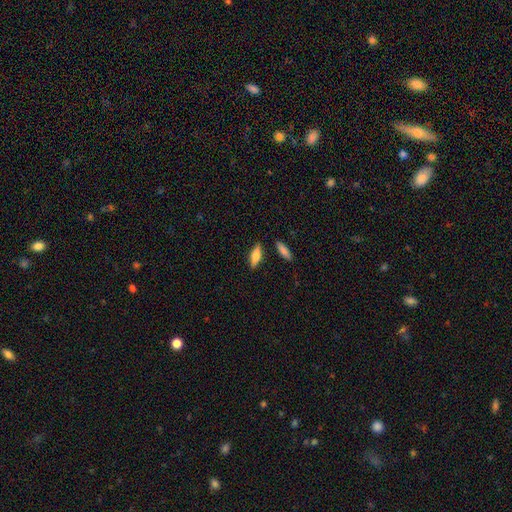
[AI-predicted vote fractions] Smooth or featured? smooth (66%)
How rounded? in between (52%)
Merging? none (84%)